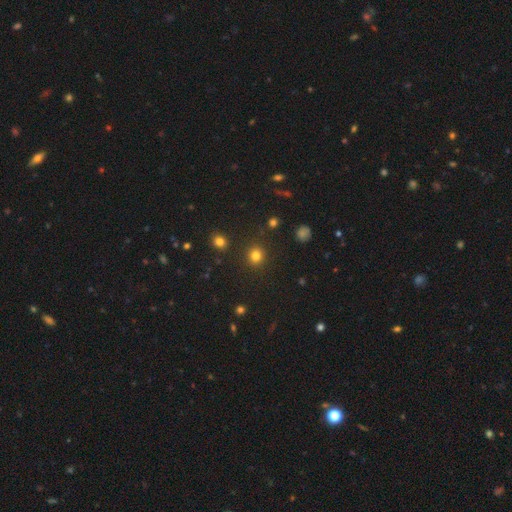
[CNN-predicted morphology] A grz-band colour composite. It shows a smooth galaxy with no disk features (80%) that is round (90%). Merging: none (90%).